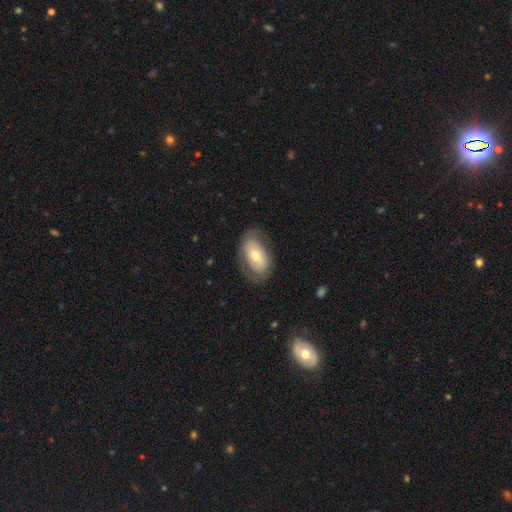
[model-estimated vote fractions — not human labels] A smooth galaxy with no disk features (51%) that is in between round and cigar-shaped (91%). Merging: none (73%).